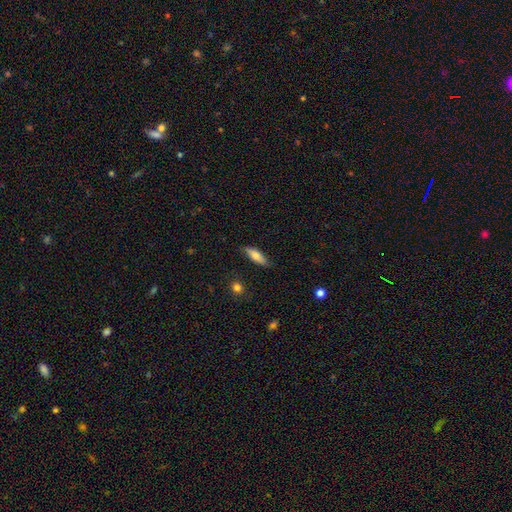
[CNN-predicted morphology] Smooth or featured?
  - smooth: 72% *
  - featured or disk: 21%
  - star or artifact: 6%
How rounded?
  - in between: 54% *
  - cigar-shaped: 44%
  - round: 2%
Merging?
  - none: 80% *
  - minor disturbance: 16%
  - major disturbance: 3%
  - merger: 1%